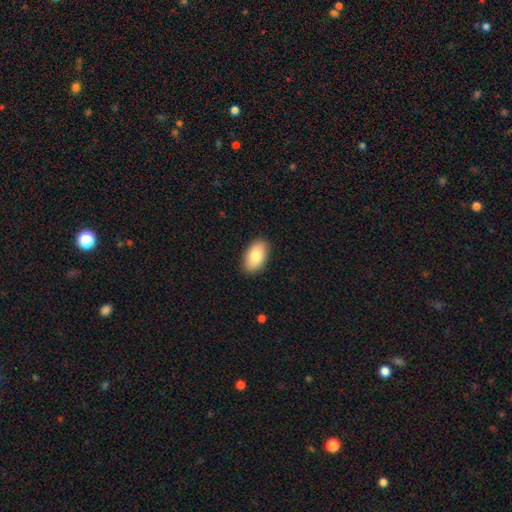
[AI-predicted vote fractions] The model was most divided on "smooth or featured": smooth: 82%, featured or disk: 11%, star or artifact: 6%. More confident: how rounded — in between (94%); merging — none (89%).